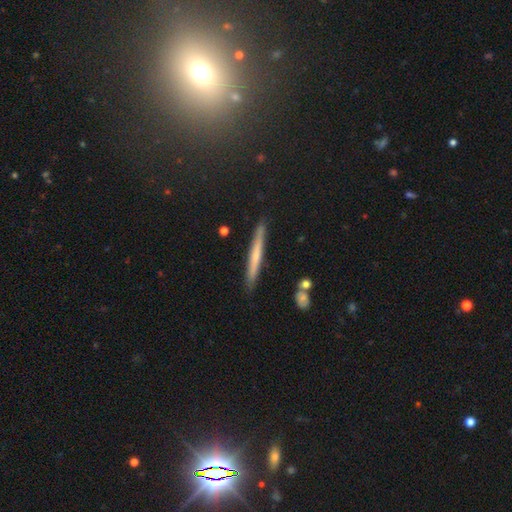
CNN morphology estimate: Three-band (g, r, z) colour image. It shows a smooth galaxy with no disk features (49%). Merging: none (88%).